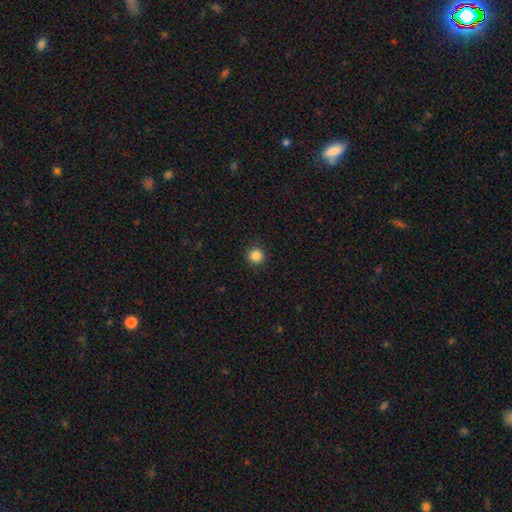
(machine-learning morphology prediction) smooth_or_featured: smooth (p=0.85) [alt: star or artifact p=0.11]
how_rounded: round (p=0.95) [alt: in between p=0.04]
merging: none (p=0.92) [alt: minor disturbance p=0.05]